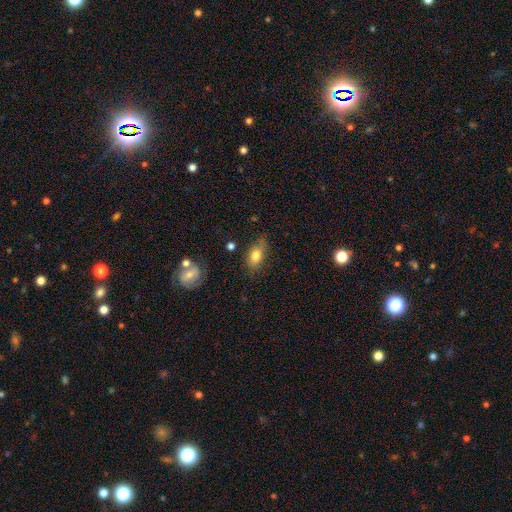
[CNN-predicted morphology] smooth_or_featured: smooth (p=0.75) [alt: featured or disk p=0.17]
how_rounded: in between (p=0.85) [alt: round p=0.09]
merging: none (p=0.68) [alt: minor disturbance p=0.23]